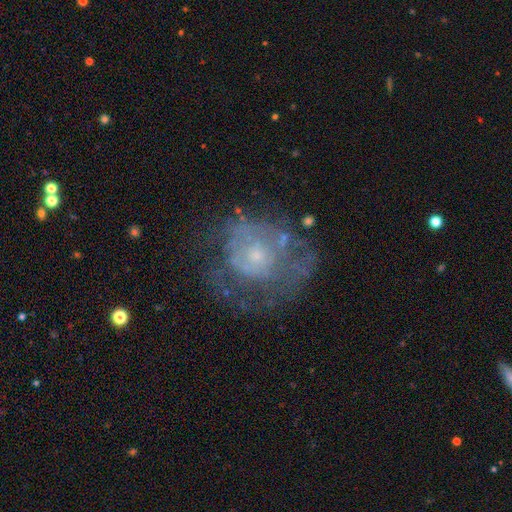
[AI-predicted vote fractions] This is likely a featured or disk galaxy (61%). It is clearly not viewed edge-on (97%). Bar: clearly no (86%). Spiral arm pattern: possibly no (60%). Central bulge: possibly small (59%). Merging: possibly none (48%).